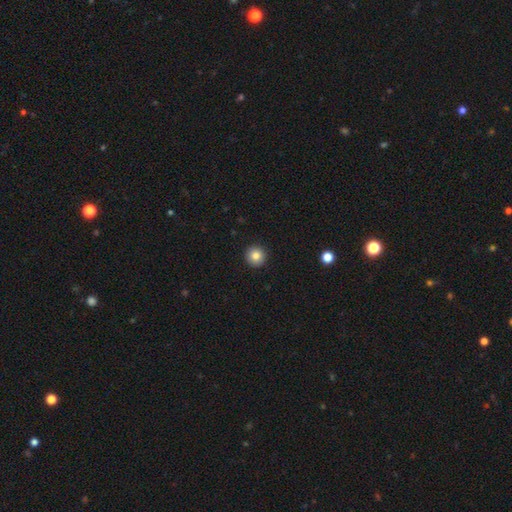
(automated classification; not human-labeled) A smooth galaxy with no disk features (83%) that is round (95%). Merging: none (93%).